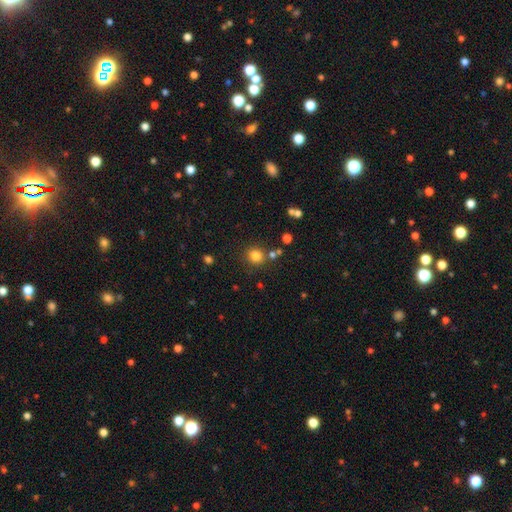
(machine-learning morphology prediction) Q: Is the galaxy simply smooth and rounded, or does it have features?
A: smooth — 80%.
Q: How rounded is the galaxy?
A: round — 89%.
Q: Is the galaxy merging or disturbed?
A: none — 80%.